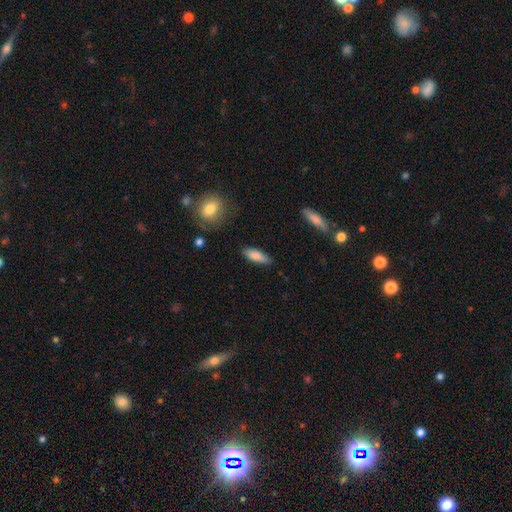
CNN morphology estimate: Smooth or featured: smooth — 81% (featured or disk — 13%)
How rounded: in between — 58% (cigar-shaped — 40%)
Merging: none — 83% (minor disturbance — 12%)